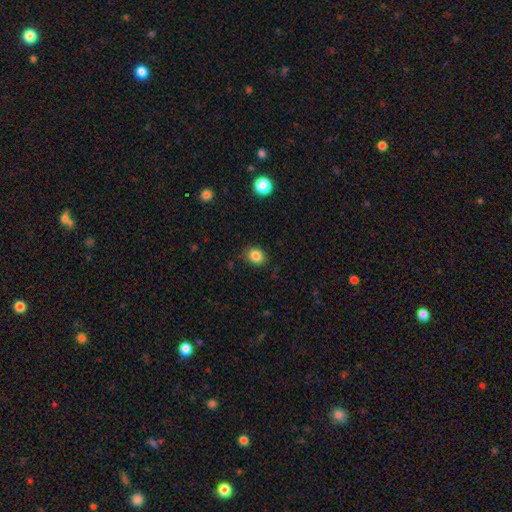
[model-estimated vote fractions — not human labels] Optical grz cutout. It shows a smooth galaxy with no disk features (85%) that is round (56%). Merging: none (84%).